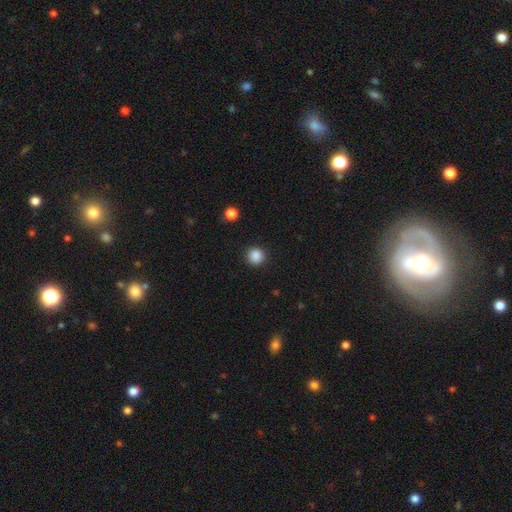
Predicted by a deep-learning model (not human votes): Smooth or featured: smooth — 87% (star or artifact — 10%)
How rounded: round — 92% (in between — 7%)
Merging: none — 91% (minor disturbance — 6%)